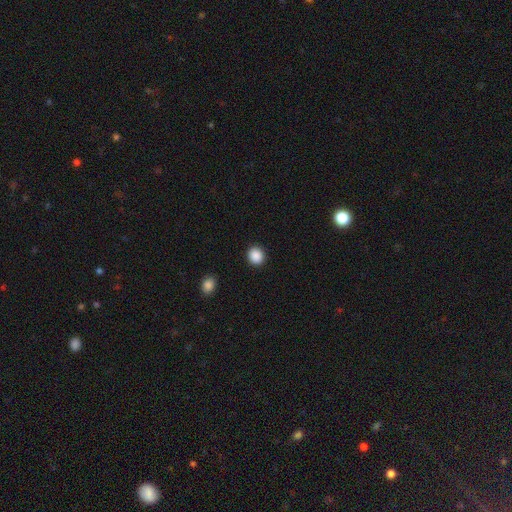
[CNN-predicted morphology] Overall: smooth (89%). How rounded: round (81%). Merging: none (92%).